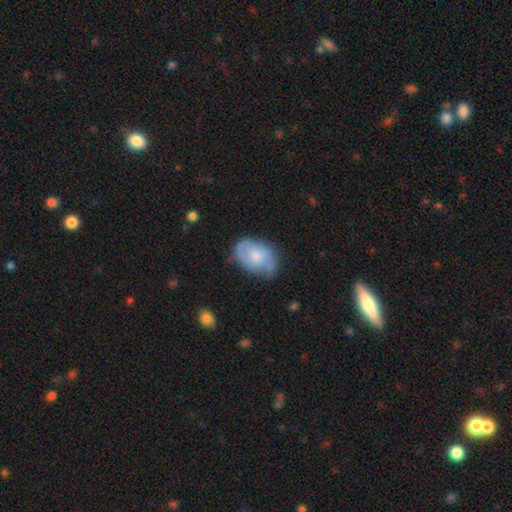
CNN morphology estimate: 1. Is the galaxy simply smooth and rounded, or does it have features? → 52% smooth, 41% featured or disk, 7% star or artifact.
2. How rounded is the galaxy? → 83% in between, 16% round, 1% cigar-shaped.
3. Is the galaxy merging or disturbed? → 61% none, 29% minor disturbance, 8% major disturbance, 3% merger.